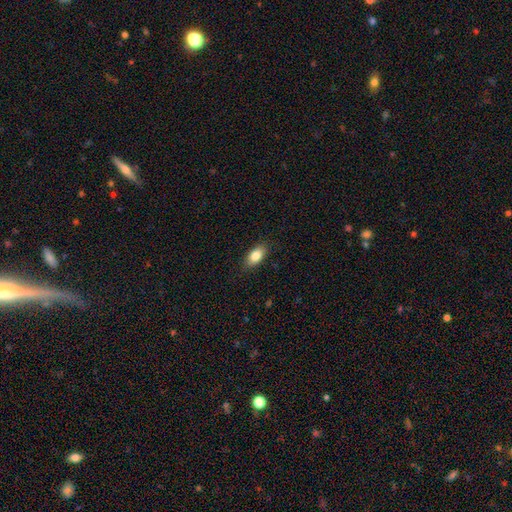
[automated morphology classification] A smooth galaxy with no disk features (84%) that is in between round and cigar-shaped (90%).

Vote fractions:
- Smooth or featured? smooth: 84% / featured or disk: 9% / star or artifact: 7%
- How rounded? in between: 90% / cigar-shaped: 6% / round: 5%
- Merging? none: 87% / minor disturbance: 10% / major disturbance: 2% / merger: 1%